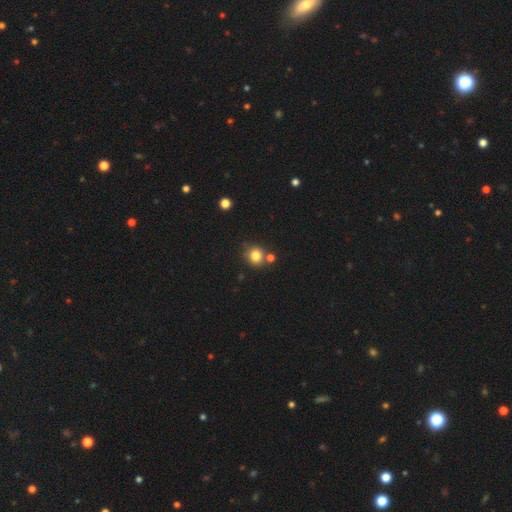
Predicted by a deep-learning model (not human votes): smooth 81%, star or artifact 12%, featured or disk 7%. Down the decision tree: how rounded — round (88%); merging — none (71%).